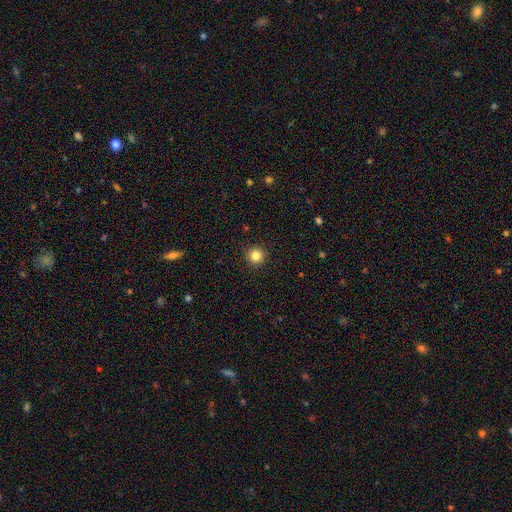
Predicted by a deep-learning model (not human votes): Q: Smooth or featured?
A: smooth (84%); runner-up: star or artifact (12%)
Q: How rounded?
A: round (96%); runner-up: in between (3%)
Q: Merging?
A: none (92%); runner-up: minor disturbance (5%)